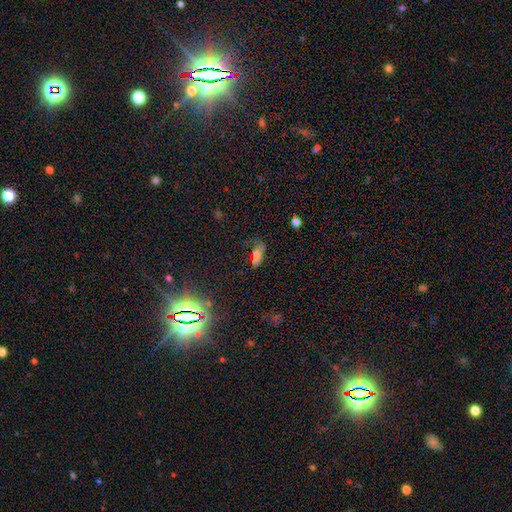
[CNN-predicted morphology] This appears to be a smooth galaxy with no disk features (61%) that is in between round and cigar-shaped (72%). Merging: none (40%).